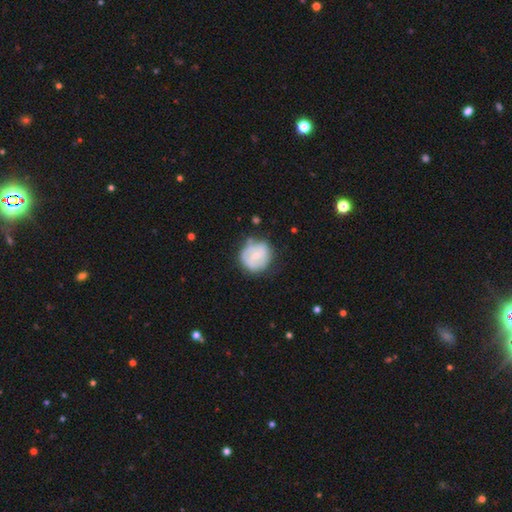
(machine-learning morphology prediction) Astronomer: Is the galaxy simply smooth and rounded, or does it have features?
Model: smooth — 48% (runner-up: featured or disk, 46%).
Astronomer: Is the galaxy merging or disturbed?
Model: none — 62%.